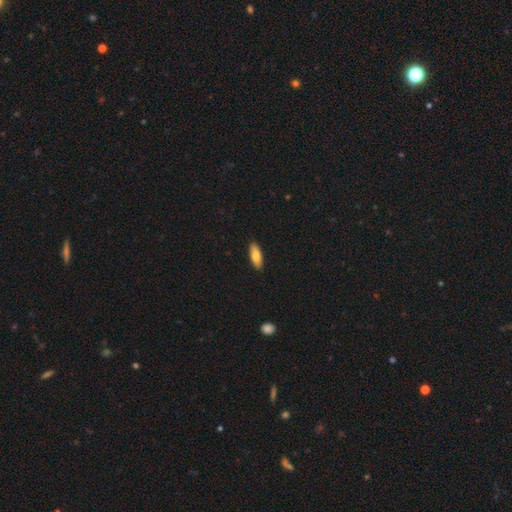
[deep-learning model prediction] Smooth or featured? smooth (76%)
How rounded? in between (65%)
Merging? none (90%)